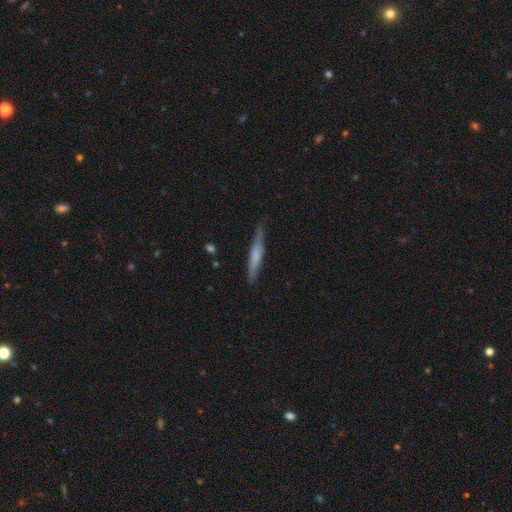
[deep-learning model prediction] A smooth galaxy with no disk features (50%) that is cigar-shaped (93%). Merging: none (81%).